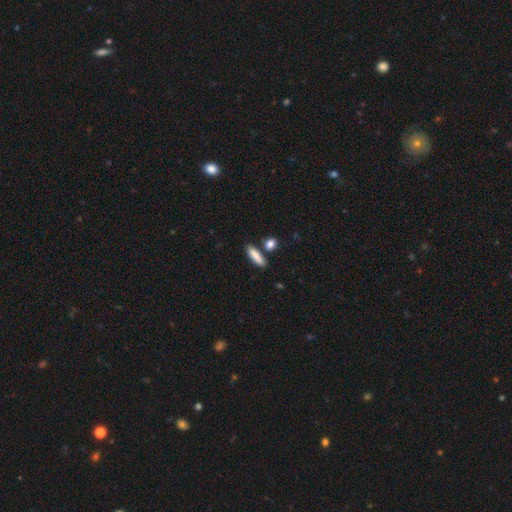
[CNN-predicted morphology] smooth_or_featured: smooth (p=0.86) [alt: featured or disk p=0.07]
how_rounded: cigar-shaped (p=0.54) [alt: in between p=0.41]
merging: none (p=0.72) [alt: minor disturbance p=0.13]